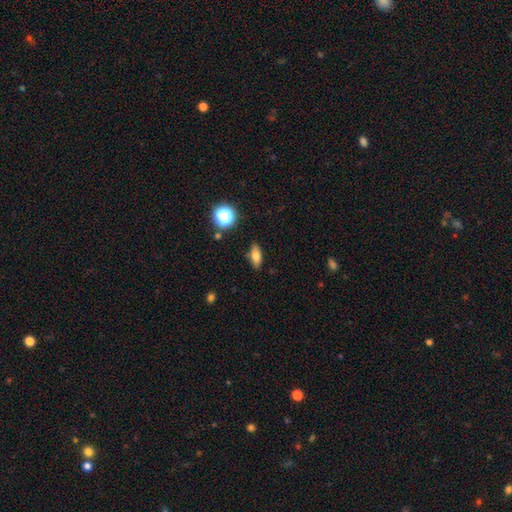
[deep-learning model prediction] Smooth or featured: smooth — 73% (featured or disk — 17%)
How rounded: in between — 75% (cigar-shaped — 17%)
Merging: none — 85% (minor disturbance — 11%)